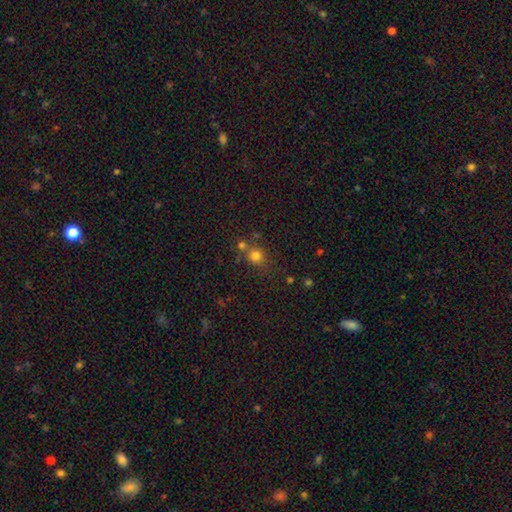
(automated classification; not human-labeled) A smooth galaxy with no disk features (76%) that is round (82%). Merging: none (62%).